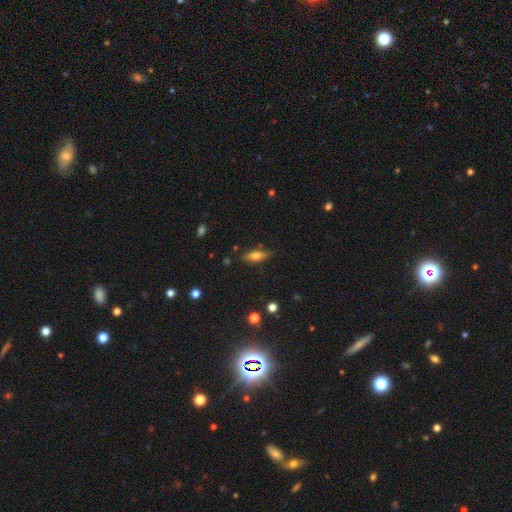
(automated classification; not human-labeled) A smooth galaxy with no disk features (65%) that is in between round and cigar-shaped (59%). Merging: none (82%).